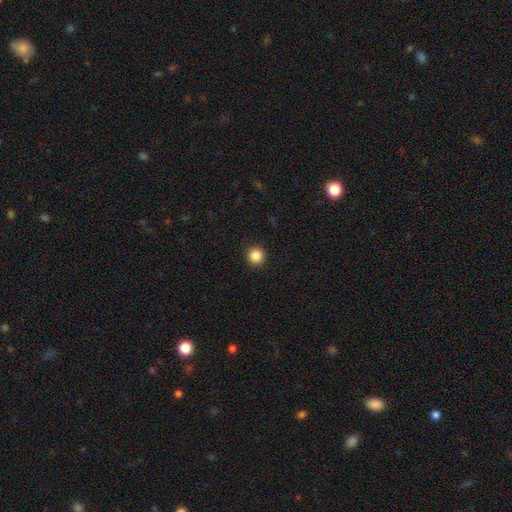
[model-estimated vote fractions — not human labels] Smooth or featured: smooth — 87% (star or artifact — 10%)
How rounded: round — 94% (in between — 5%)
Merging: none — 92% (minor disturbance — 5%)